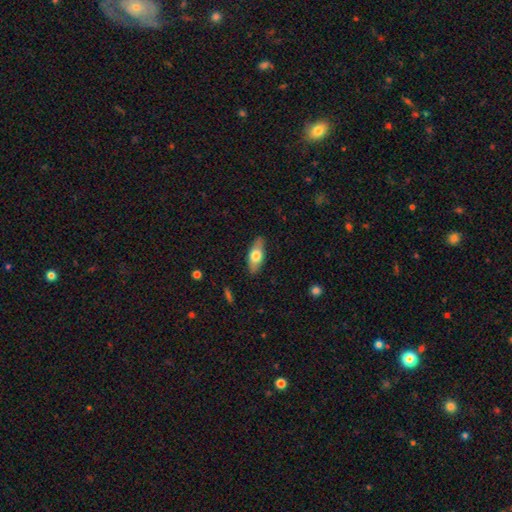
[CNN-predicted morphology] Smooth or featured? Predicted: smooth (p=0.65). How rounded? Predicted: in between (p=0.77). Merging? Predicted: none (p=0.87).